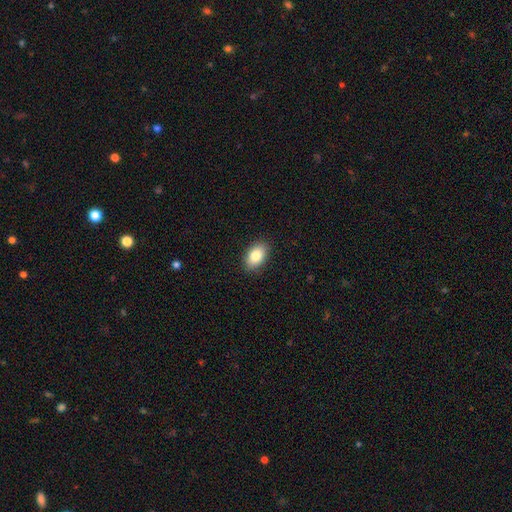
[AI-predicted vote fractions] A smooth galaxy with no disk features (84%) that is in between round and cigar-shaped (91%). Merging: none (89%).